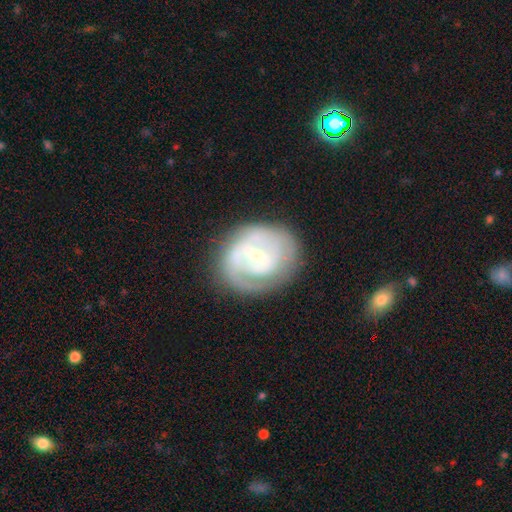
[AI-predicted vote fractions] smooth-or-featured: featured or disk: 75% | smooth: 20% | star or artifact: 6%
  disk-edge-on: no: 96% | yes: 4%
    bar: weak: 46% | strong: 38% | no: 16%
    has-spiral-arms: yes: 74% | no: 26%
      spiral-winding: tight: 56% | medium: 31% | loose: 13%
      spiral-arm-count: 2: 43% | can't tell: 29% | 1: 19% | 3: 6% | 4: 2% | more than 4: 2%
    bulge-size: small: 51% | moderate: 41% | large: 4% | none: 3% | dominant: 1%
  merging: none: 69% | minor disturbance: 18% | major disturbance: 11% | merger: 2%